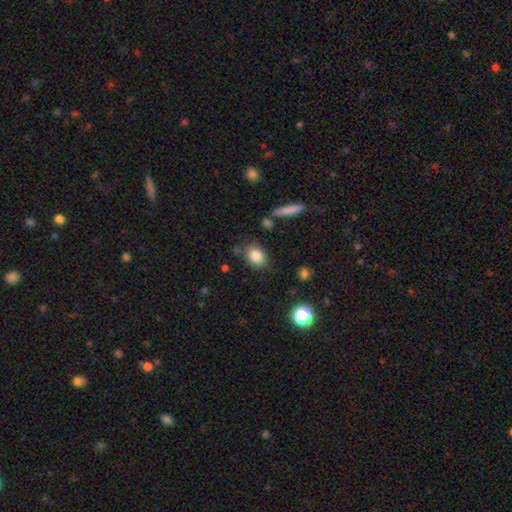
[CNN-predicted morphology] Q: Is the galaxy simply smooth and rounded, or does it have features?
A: smooth — 83%.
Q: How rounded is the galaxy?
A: in between — 62%.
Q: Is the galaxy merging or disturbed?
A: none — 77%.